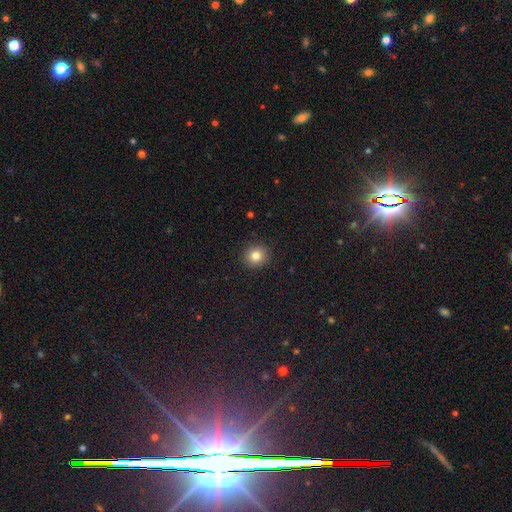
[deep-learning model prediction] This is clearly a smooth galaxy (82%). How rounded: clearly round (89%). Merging: clearly none (92%).